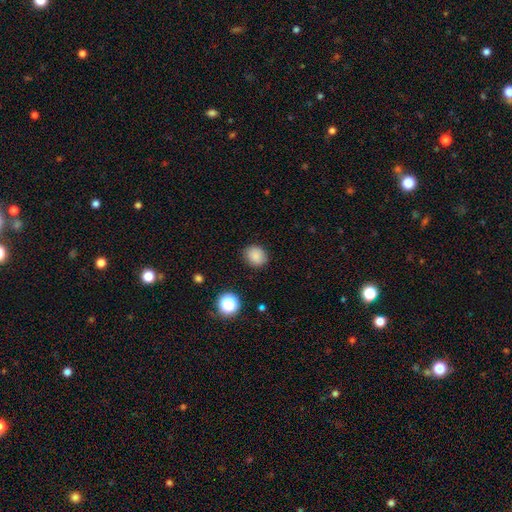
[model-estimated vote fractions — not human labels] This appears to be a smooth galaxy with no disk features (84%) that is round (66%). Merging: none (85%).